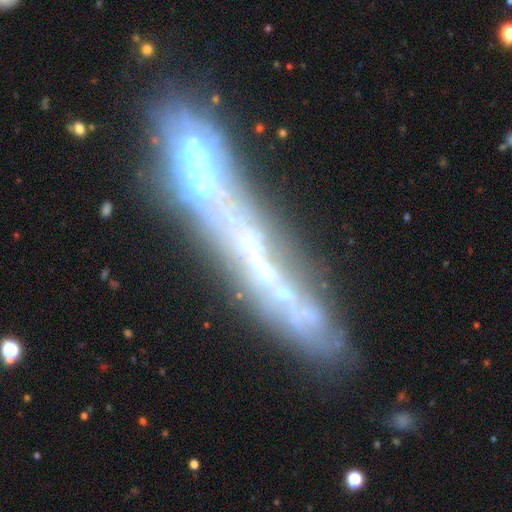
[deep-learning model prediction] Smooth or featured? Predicted: featured or disk (p=0.68). Edge-on disk? Predicted: yes (p=0.57). Merging? Predicted: none (p=0.49).